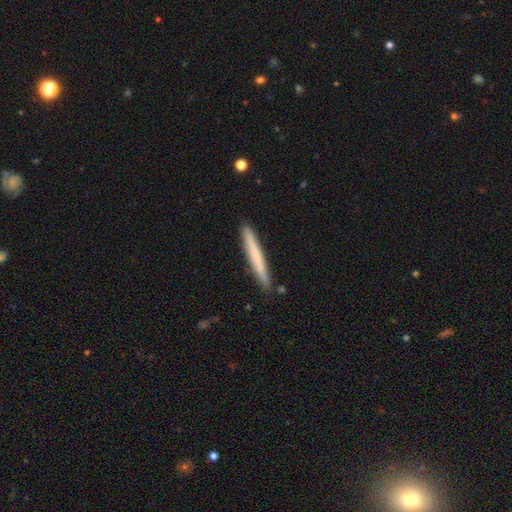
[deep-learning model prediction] The model was most divided on "smooth or featured": smooth: 63%, featured or disk: 32%, star or artifact: 6%. More confident: how rounded — cigar-shaped (97%); merging — none (90%).